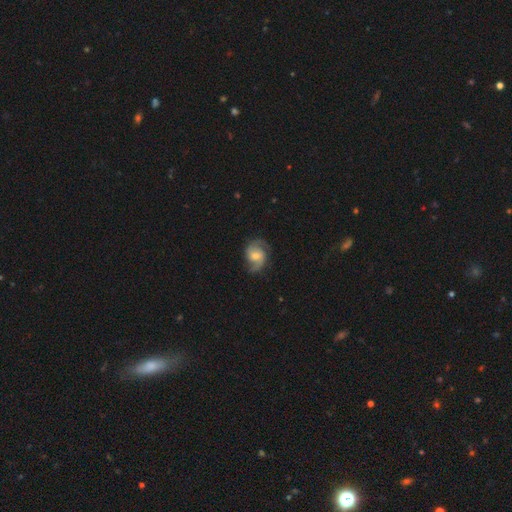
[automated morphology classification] Smooth or featured?
  - featured or disk: 78% *
  - smooth: 16%
  - star or artifact: 6%
Edge-on disk?
  - no: 98% *
  - yes: 2%
Bar?
  - weak: 46% *
  - no: 44%
  - strong: 10%
Spiral arms?
  - yes: 95% *
  - no: 5%
Spiral winding?
  - medium: 50% *
  - loose: 26%
  - tight: 23%
Spiral arm count?
  - 2: 87% *
  - can't tell: 6%
  - 1: 3%
  - 3: 2%
  - 4: 1%
  - more than 4: 1%
Bulge size?
  - moderate: 54% *
  - small: 33%
  - large: 7%
  - none: 5%
  - dominant: 1%
Merging?
  - none: 73% *
  - minor disturbance: 18%
  - major disturbance: 7%
  - merger: 1%